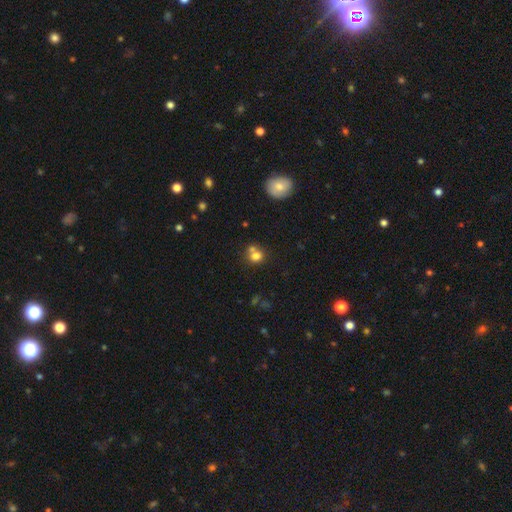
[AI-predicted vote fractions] Smooth or featured: smooth — 75% (featured or disk — 13%)
How rounded: round — 75% (in between — 24%)
Merging: none — 43% (merger — 42%)